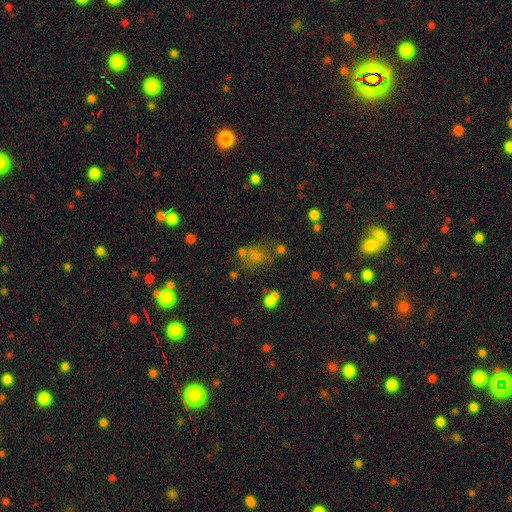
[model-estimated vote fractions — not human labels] Smooth or featured?
  - smooth: 51% *
  - star or artifact: 36%
  - featured or disk: 14%
How rounded?
  - round: 58% *
  - in between: 40%
  - cigar-shaped: 2%
Merging?
  - none: 61% *
  - merger: 15%
  - minor disturbance: 15%
  - major disturbance: 9%